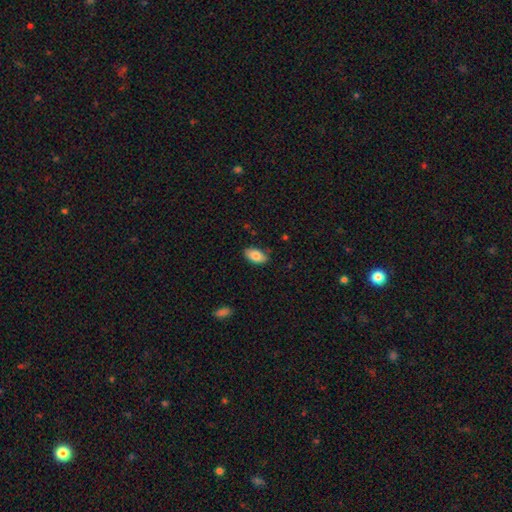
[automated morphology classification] Smooth or featured? Predicted: smooth (p=0.84). How rounded? Predicted: in between (p=0.94). Merging? Predicted: none (p=0.84).